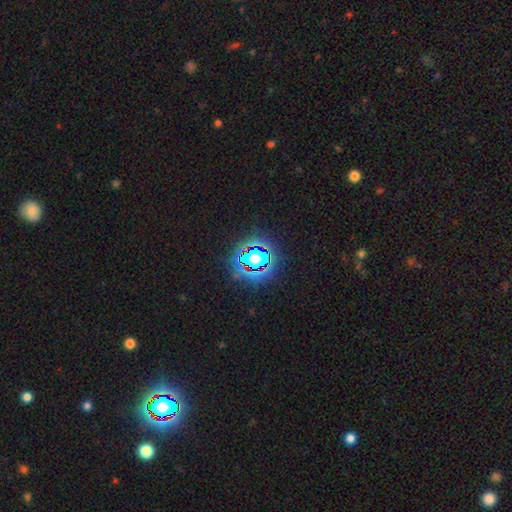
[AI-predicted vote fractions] Q: Smooth or featured?
A: star or artifact (79%); runner-up: smooth (13%)